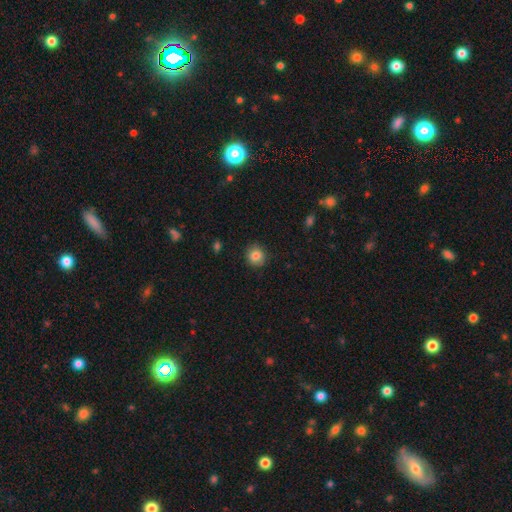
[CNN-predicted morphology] Overall: smooth (84%). How rounded: round (87%). Merging: none (88%).